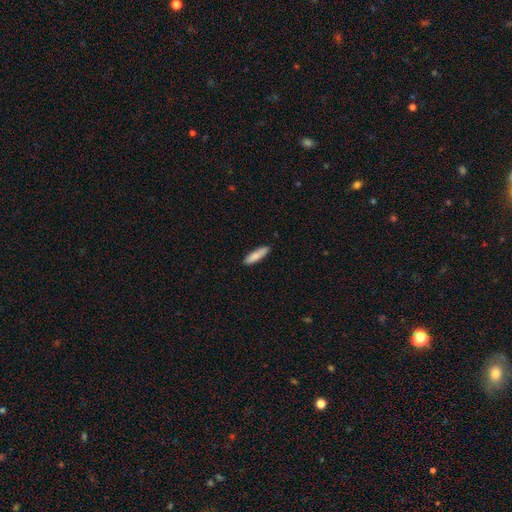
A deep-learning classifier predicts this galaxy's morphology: Smooth or featured? smooth (84%)
How rounded? cigar-shaped (73%)
Merging? none (88%)